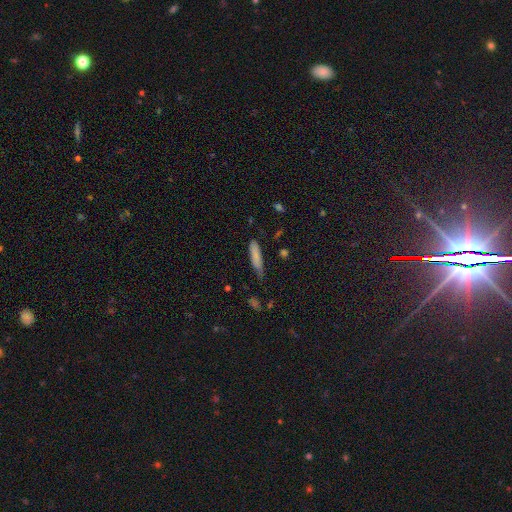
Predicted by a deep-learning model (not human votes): Smooth or featured? Predicted: smooth (p=0.81). How rounded? Predicted: cigar-shaped (p=0.81). Merging? Predicted: none (p=0.61).